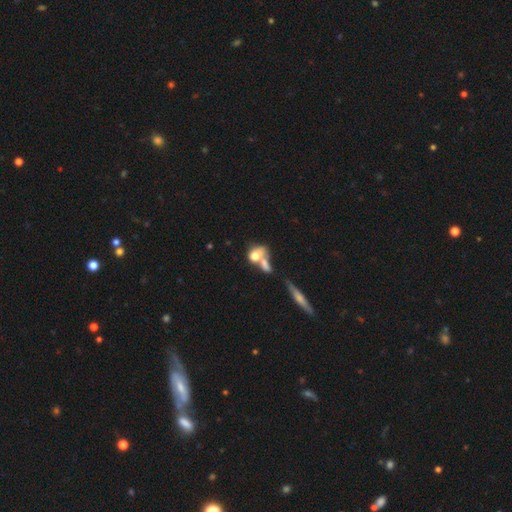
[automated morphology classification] This is likely a smooth galaxy (64%). How rounded: likely in between (66%). Merging: likely merger (60%).